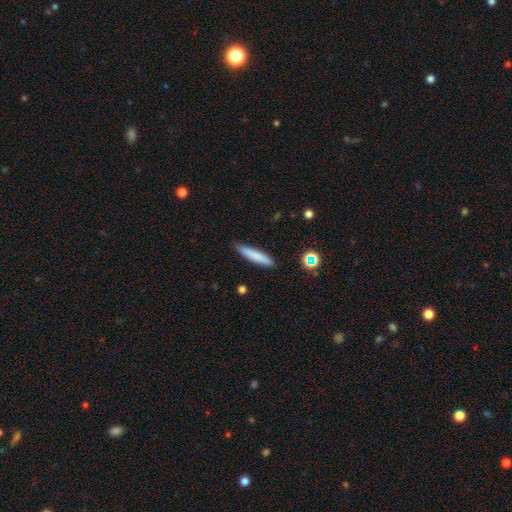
Smooth or featured? 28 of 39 (72%) said smooth. How rounded? 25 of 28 (89%) said cigar-shaped. Merging? 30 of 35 (86%) said none.